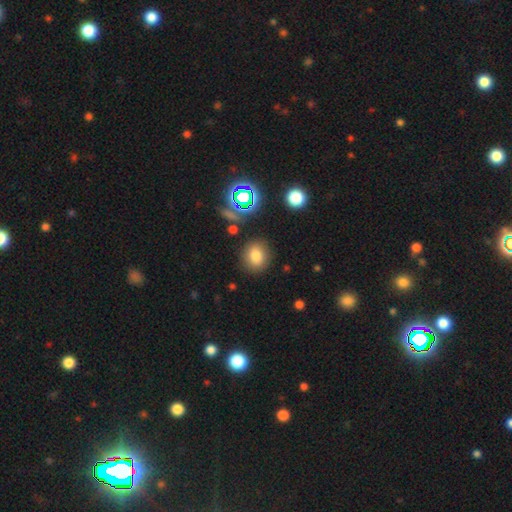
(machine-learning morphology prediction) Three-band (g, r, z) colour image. It shows a smooth galaxy with no disk features (77%) that is round (70%). Merging: none (85%).